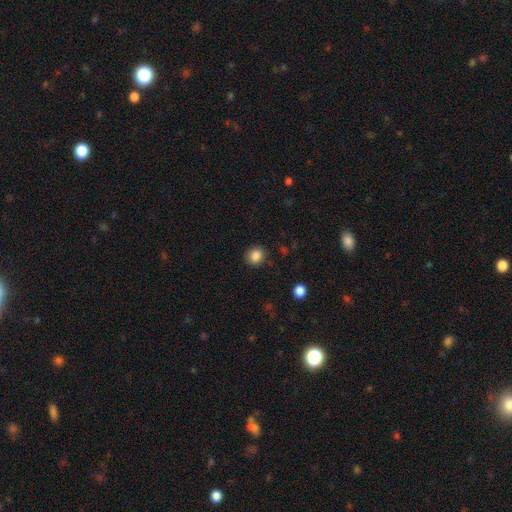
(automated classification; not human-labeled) Smooth or featured?
  - smooth: 86% *
  - star or artifact: 10%
  - featured or disk: 4%
How rounded?
  - round: 77% *
  - in between: 22%
  - cigar-shaped: 1%
Merging?
  - none: 87% *
  - minor disturbance: 9%
  - major disturbance: 3%
  - merger: 1%